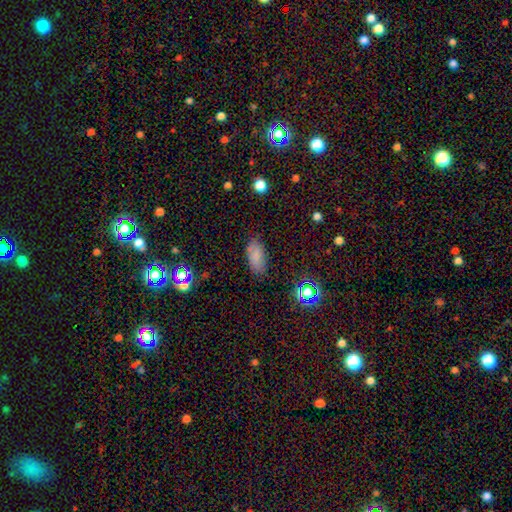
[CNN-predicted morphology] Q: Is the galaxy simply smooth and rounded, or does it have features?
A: smooth — 79%.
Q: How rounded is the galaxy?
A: in between — 90%.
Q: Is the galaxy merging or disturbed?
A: none — 81%.